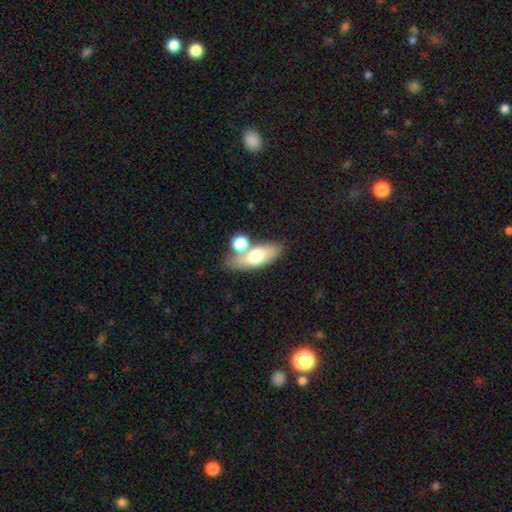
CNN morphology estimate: Smooth or featured? smooth (65%)
How rounded? in between (70%)
Merging? none (55%)